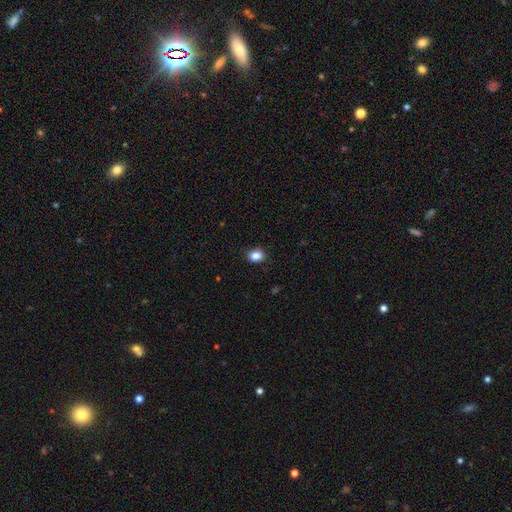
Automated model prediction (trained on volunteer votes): Smooth or featured? Predicted: smooth (p=0.86). How rounded? Predicted: round (p=0.53). Merging? Predicted: none (p=0.85).